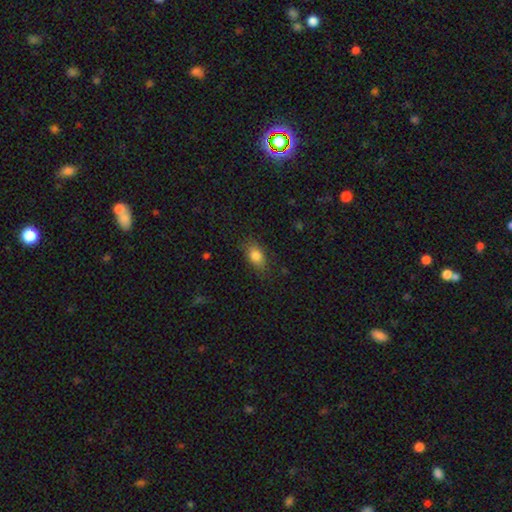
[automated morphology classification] type=smooth (82%); roundness=in between (83%); merging=none (78%).